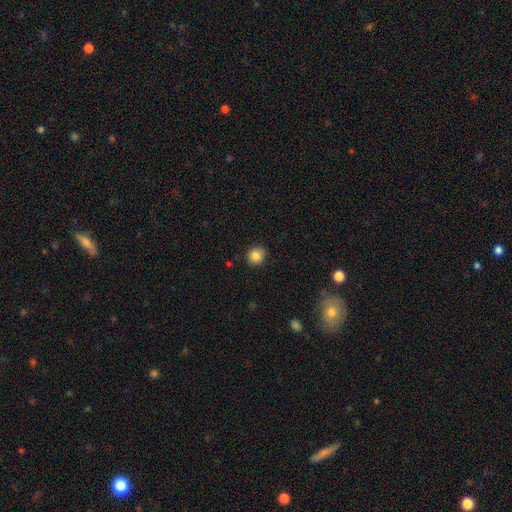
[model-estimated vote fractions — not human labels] Smooth or featured? smooth (84%)
How rounded? round (87%)
Merging? none (87%)